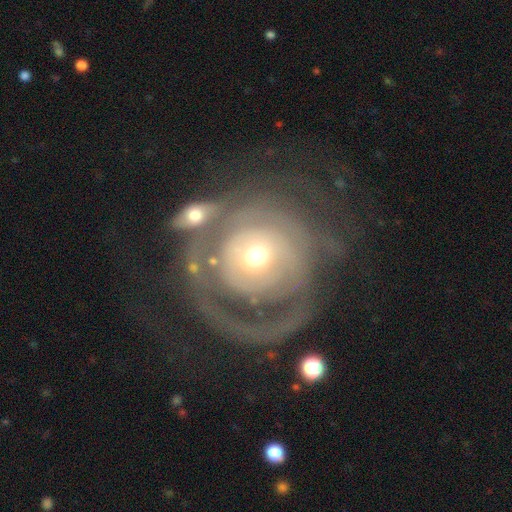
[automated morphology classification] Smooth or featured? Predicted: featured or disk (p=0.74). Edge-on disk? Predicted: no (p=0.96). Bar? Predicted: no (p=0.83). Spiral arms? Predicted: yes (p=0.66). Bulge size? Predicted: moderate (p=0.52). Merging? Predicted: none (p=0.40).